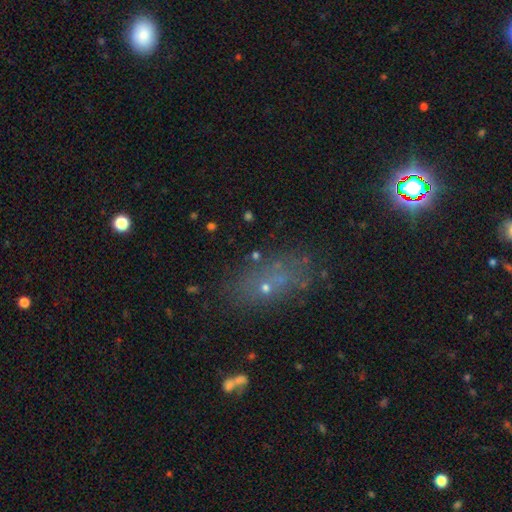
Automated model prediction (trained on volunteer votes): Smooth or featured? Predicted: smooth (p=0.40). Merging? Predicted: none (p=0.66).